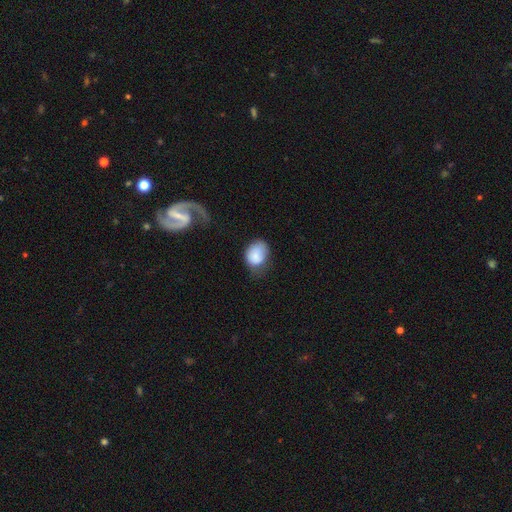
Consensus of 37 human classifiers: Volunteers were most divided on "how rounded": in between: 50%, round: 43%, cigar-shaped: 7%. Remaining: smooth or featured — smooth (81%); merging — none (42%).